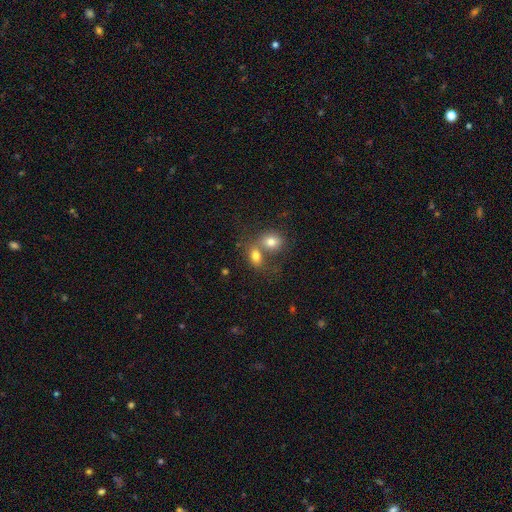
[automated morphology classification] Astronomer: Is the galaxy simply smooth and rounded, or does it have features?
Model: smooth — 77%.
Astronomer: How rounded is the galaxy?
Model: in between — 71%.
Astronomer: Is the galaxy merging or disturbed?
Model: merger — 61%.